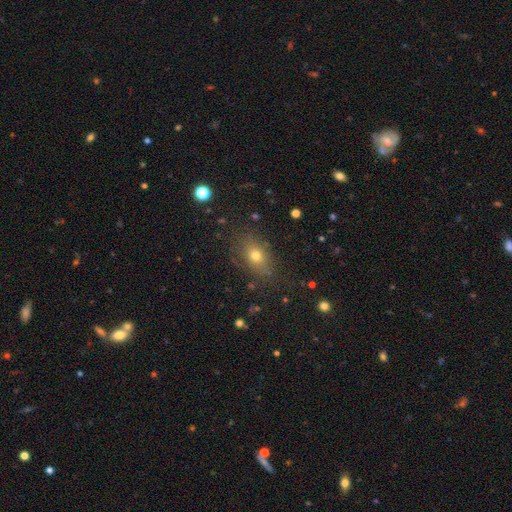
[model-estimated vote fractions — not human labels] Smooth or featured?
  - smooth: 68% *
  - star or artifact: 17%
  - featured or disk: 15%
How rounded?
  - in between: 69% *
  - round: 27%
  - cigar-shaped: 4%
Merging?
  - none: 78% *
  - minor disturbance: 15%
  - major disturbance: 5%
  - merger: 2%